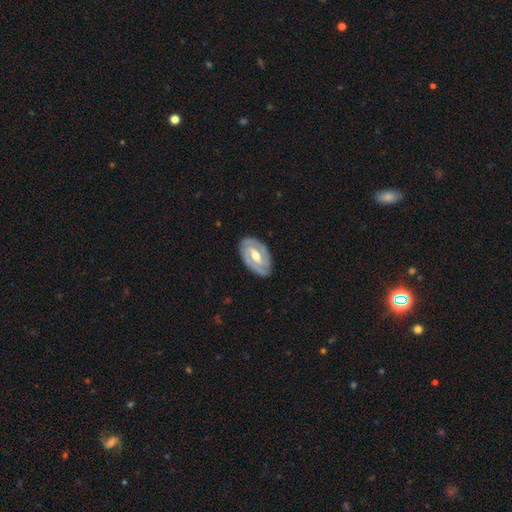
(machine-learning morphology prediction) Smooth or featured?
  - featured or disk: 81% *
  - smooth: 15%
  - star or artifact: 4%
Edge-on disk?
  - no: 94% *
  - yes: 6%
Bar?
  - weak: 44% *
  - strong: 36%
  - no: 20%
Spiral arms?
  - yes: 86% *
  - no: 14%
Spiral winding?
  - tight: 60% *
  - medium: 32%
  - loose: 8%
Spiral arm count?
  - 2: 78% *
  - can't tell: 12%
  - 3: 4%
  - 1: 3%
  - 4: 1%
  - more than 4: 1%
Bulge size?
  - moderate: 72% *
  - small: 19%
  - large: 7%
  - none: 1%
  - dominant: 1%
Merging?
  - none: 82% *
  - minor disturbance: 14%
  - major disturbance: 3%
  - merger: 1%